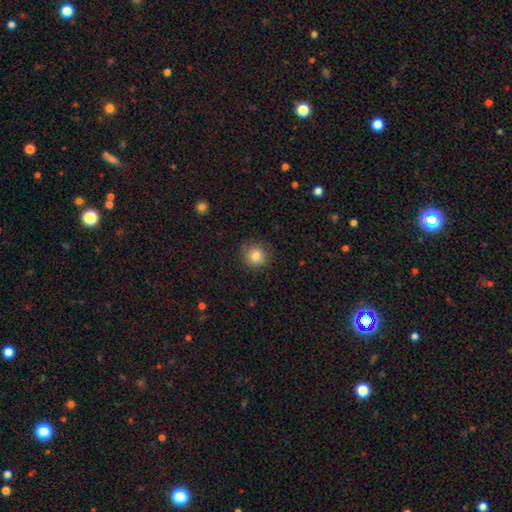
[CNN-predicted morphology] Smooth or featured?
  - smooth: 84% *
  - star or artifact: 10%
  - featured or disk: 6%
How rounded?
  - round: 90% *
  - in between: 9%
  - cigar-shaped: 1%
Merging?
  - none: 83% *
  - minor disturbance: 12%
  - major disturbance: 3%
  - merger: 1%